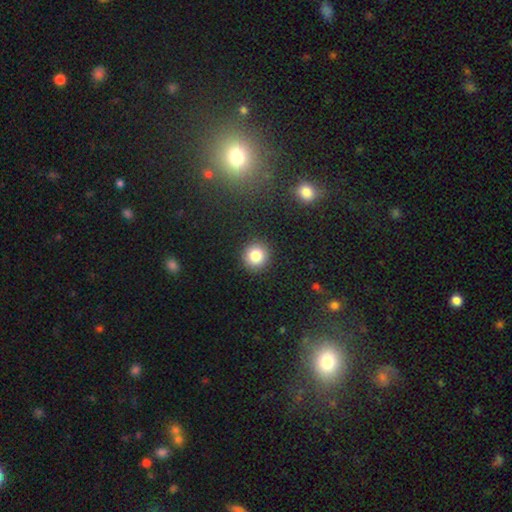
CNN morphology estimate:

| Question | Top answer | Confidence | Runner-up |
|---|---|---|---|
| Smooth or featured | smooth | 83% | star or artifact (11%) |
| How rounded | round | 92% | in between (7%) |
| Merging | none | 92% | minor disturbance (5%) |